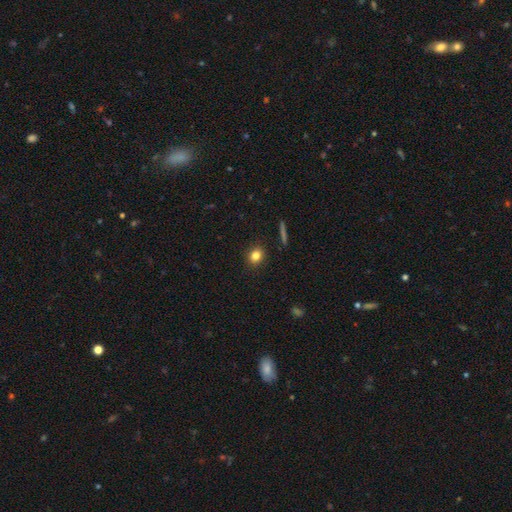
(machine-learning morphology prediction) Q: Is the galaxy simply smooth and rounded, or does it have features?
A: smooth — 81%.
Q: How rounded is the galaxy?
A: round — 64%.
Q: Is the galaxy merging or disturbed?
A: none — 90%.